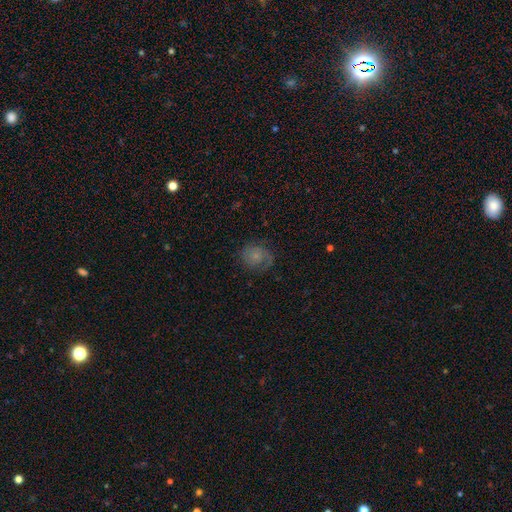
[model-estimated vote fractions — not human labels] Morphology: type=featured or disk (55%); edge-on=no (98%); bar=no (77%); spiral arms=yes (88%); bulge=small (58%); merging=none (67%).